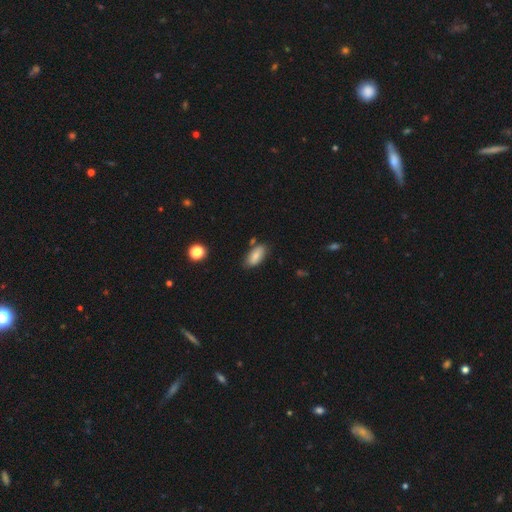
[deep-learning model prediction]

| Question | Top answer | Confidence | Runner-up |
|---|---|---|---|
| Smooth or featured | smooth | 82% | featured or disk (11%) |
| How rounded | in between | 89% | cigar-shaped (8%) |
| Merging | none | 77% | minor disturbance (15%) |